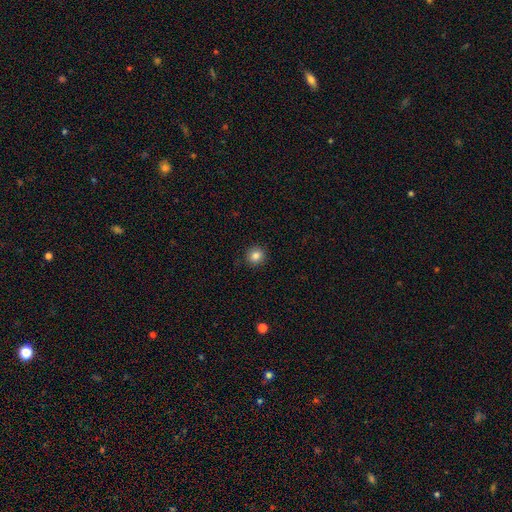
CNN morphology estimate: This is clearly a smooth galaxy (84%). How rounded: clearly round (91%). Merging: clearly none (91%).